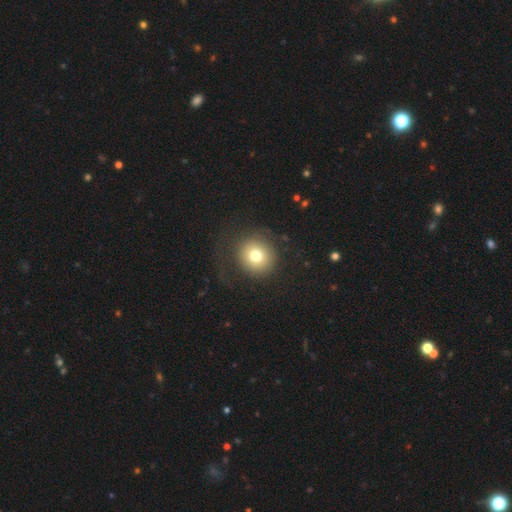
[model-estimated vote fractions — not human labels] This appears to be a smooth galaxy with no disk features (74%) that is round (92%). Merging: none (76%).